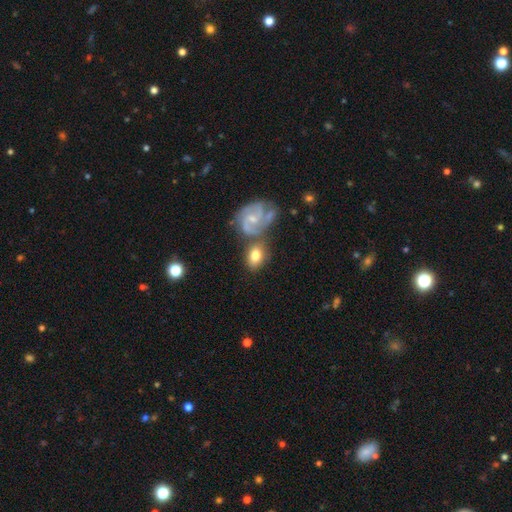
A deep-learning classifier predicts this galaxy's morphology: A smooth galaxy with no disk features (60%) that is in between round and cigar-shaped (72%). Merging: none (57%).